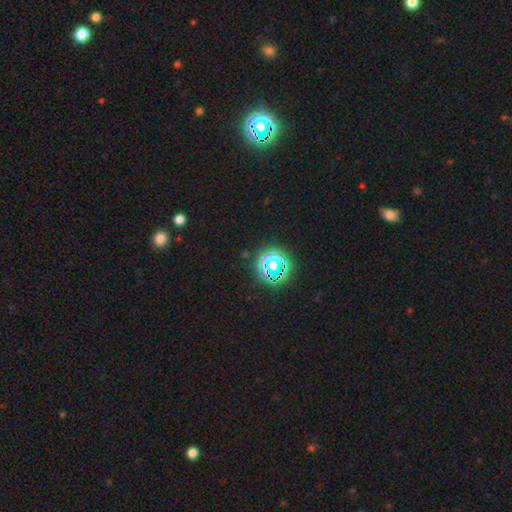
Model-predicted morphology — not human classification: smooth-or-featured: star or artifact: 76% | smooth: 18% | featured or disk: 6%